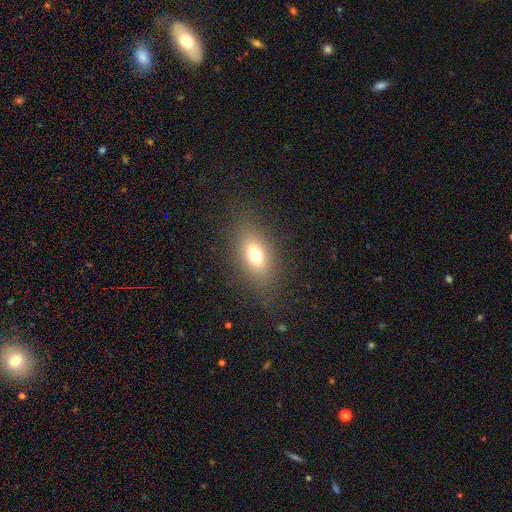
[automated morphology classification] Smooth or featured?
  - smooth: 71% *
  - featured or disk: 17%
  - star or artifact: 12%
How rounded?
  - in between: 78% *
  - round: 11%
  - cigar-shaped: 11%
Merging?
  - none: 83% *
  - minor disturbance: 11%
  - major disturbance: 5%
  - merger: 1%